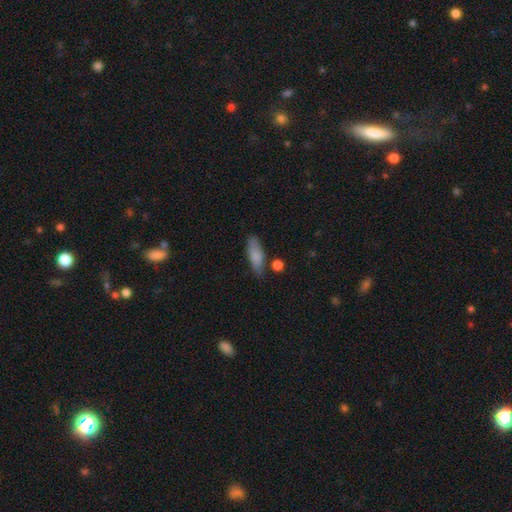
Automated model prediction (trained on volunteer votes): Overall: smooth (81%). How rounded: in between (59%; cigar-shaped 38%). Merging: none (67%).